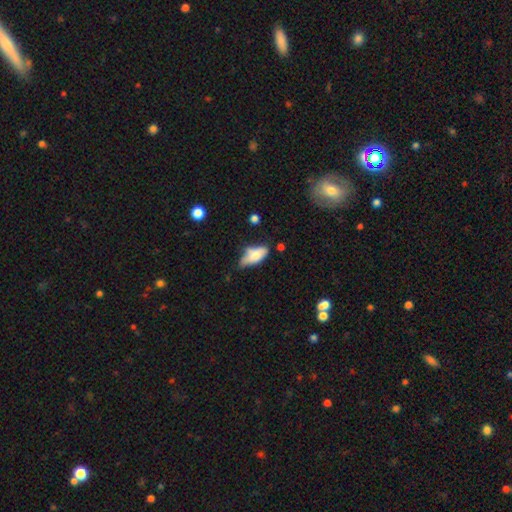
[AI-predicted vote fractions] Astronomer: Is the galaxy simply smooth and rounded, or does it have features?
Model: smooth — 66%.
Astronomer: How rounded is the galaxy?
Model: in between — 83%.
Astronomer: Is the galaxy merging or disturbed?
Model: none — 40% (runner-up: minor disturbance, 35%).